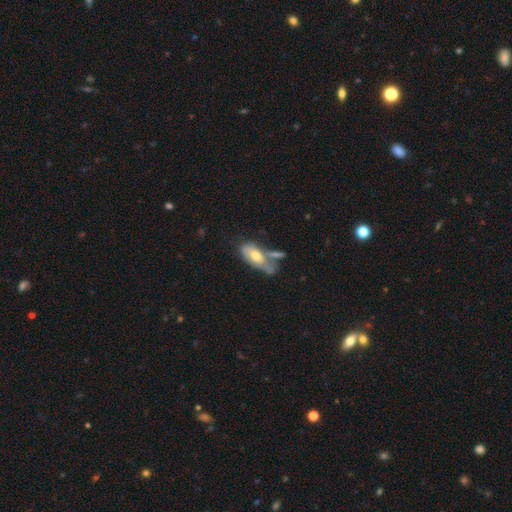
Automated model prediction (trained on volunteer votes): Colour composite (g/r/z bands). It shows a smooth galaxy with no disk features (57%) that is in between round and cigar-shaped (86%). Merging: merger (34%).